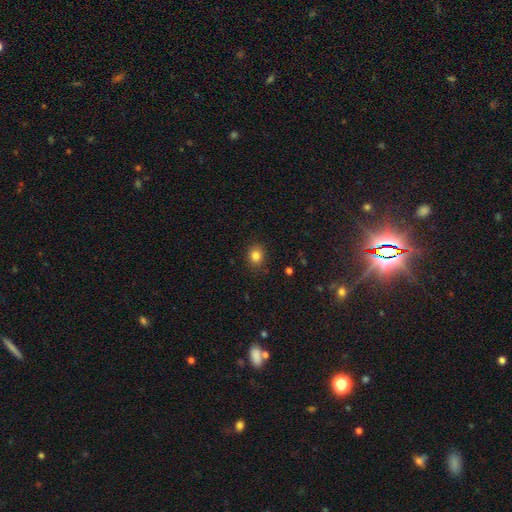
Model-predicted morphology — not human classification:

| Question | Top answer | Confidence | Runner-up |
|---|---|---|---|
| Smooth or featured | smooth | 84% | star or artifact (11%) |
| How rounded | round | 67% | in between (32%) |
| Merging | none | 88% | minor disturbance (8%) |